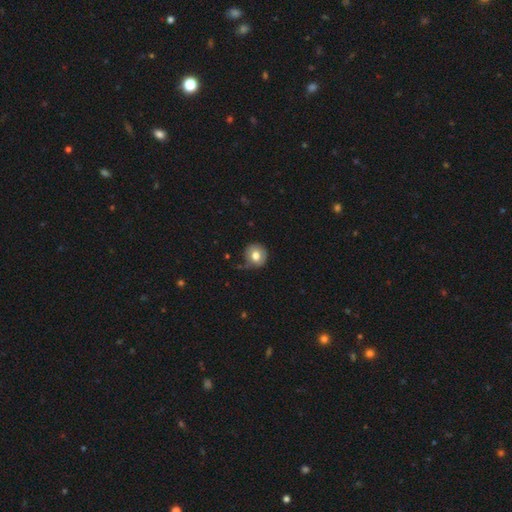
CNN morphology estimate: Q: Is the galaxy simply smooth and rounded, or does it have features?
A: smooth — 73%.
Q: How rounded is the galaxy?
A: round — 86%.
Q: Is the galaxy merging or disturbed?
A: none — 74%.